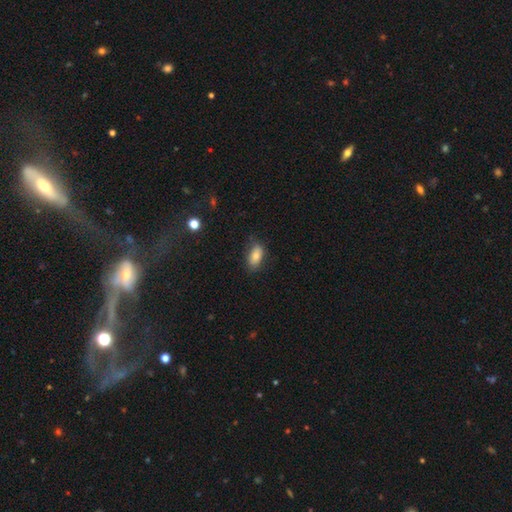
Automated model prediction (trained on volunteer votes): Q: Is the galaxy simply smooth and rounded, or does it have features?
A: smooth — 78%.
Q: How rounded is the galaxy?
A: in between — 90%.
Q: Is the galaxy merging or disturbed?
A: none — 78%.